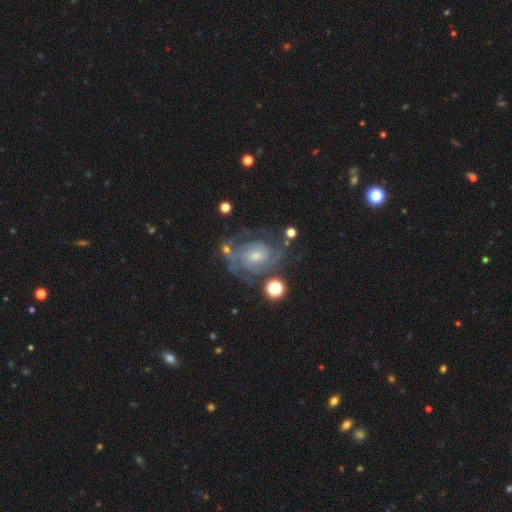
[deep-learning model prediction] Smooth or featured? featured or disk (84%)
Edge-on disk? no (97%)
Bar? no (60%)
Spiral arms? yes (94%)
Spiral winding? tight (62%)
Spiral arm count? 2 (39%)
Bulge size? small (56%)
Merging? none (67%)